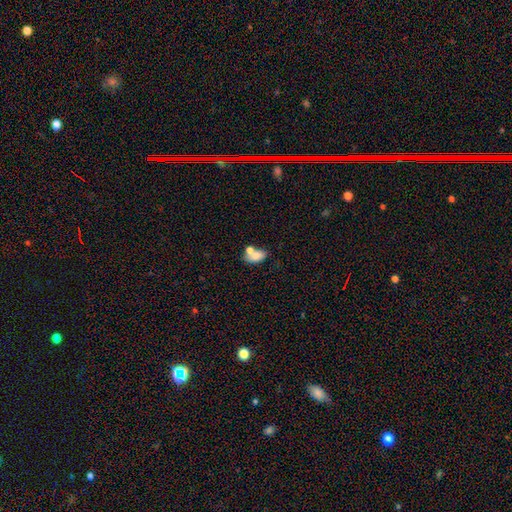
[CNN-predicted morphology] smooth-or-featured: smooth: 76% | featured or disk: 15% | star or artifact: 9%
  how-rounded: in between: 87% | round: 11% | cigar-shaped: 2%
  merging: merger: 41% | none: 37% | minor disturbance: 15% | major disturbance: 7%